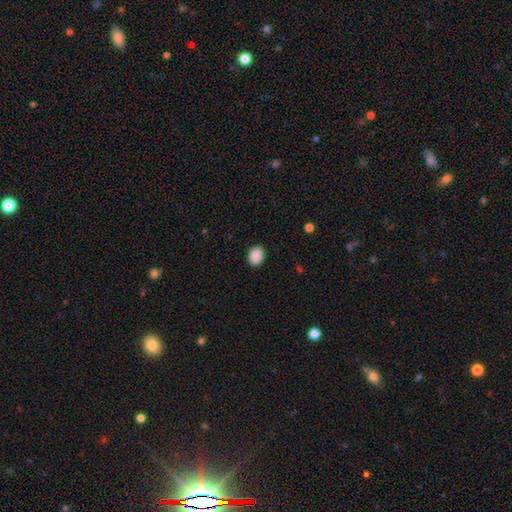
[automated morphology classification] Smooth or featured? Predicted: smooth (p=0.90). How rounded? Predicted: in between (p=0.72). Merging? Predicted: none (p=0.89).